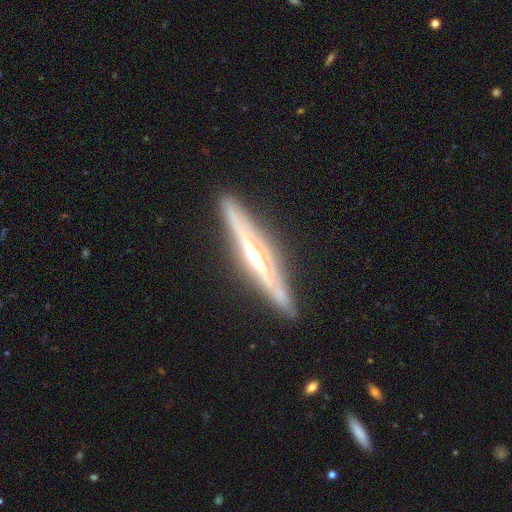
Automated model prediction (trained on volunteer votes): Smooth or featured: featured or disk — 81% (smooth — 13%)
Edge-on disk: yes — 95% (no — 5%)
Edge-on bulge: rounded — 81% (none — 11%)
Merging: none — 87% (minor disturbance — 10%)